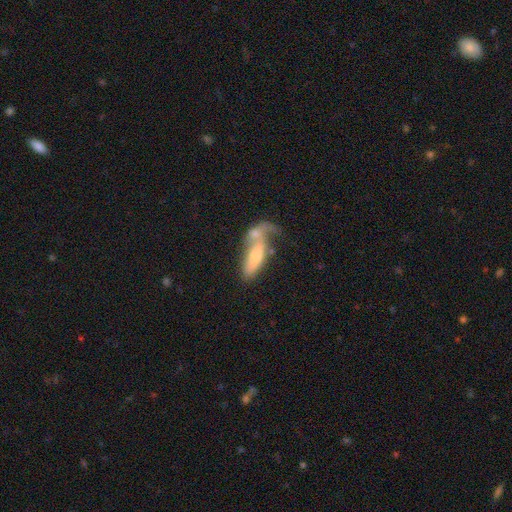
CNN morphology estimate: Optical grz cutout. It shows a smooth galaxy with no disk features (55%) that is in between round and cigar-shaped (54%). Merging: merger (47%).